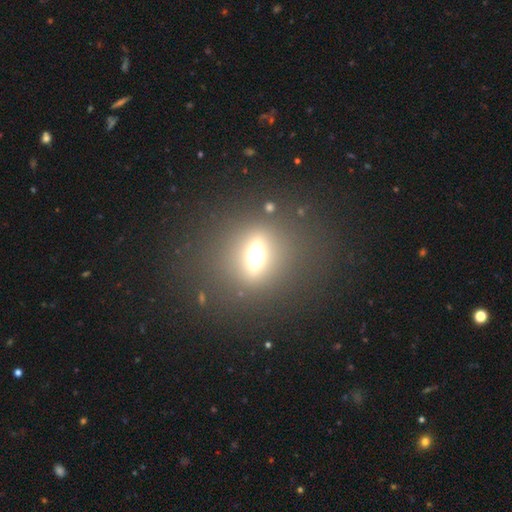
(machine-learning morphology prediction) smooth-or-featured: smooth: 41% | featured or disk: 37% | star or artifact: 22%
  merging: none: 80% | minor disturbance: 9% | major disturbance: 7% | merger: 3%